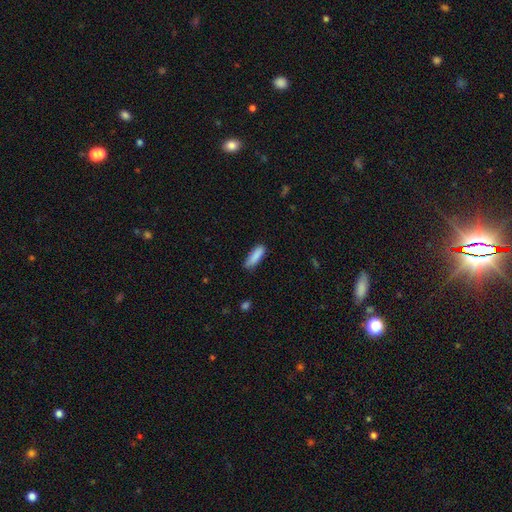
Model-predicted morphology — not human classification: Smooth or featured? Predicted: smooth (p=0.88). How rounded? Predicted: cigar-shaped (p=0.56). Merging? Predicted: none (p=0.81).